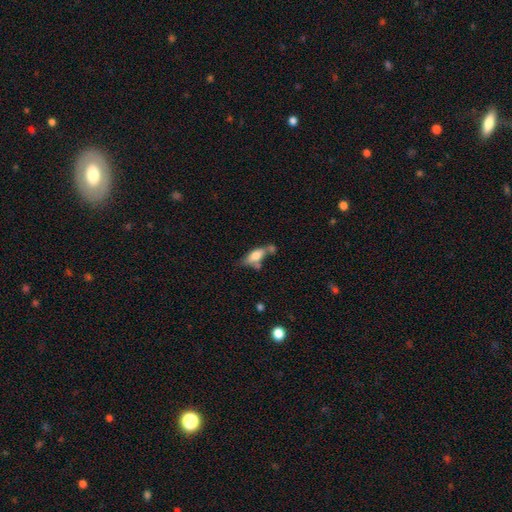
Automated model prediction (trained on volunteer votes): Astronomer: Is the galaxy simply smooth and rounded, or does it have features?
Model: smooth — 58% (runner-up: featured or disk, 34%).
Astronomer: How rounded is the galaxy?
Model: in between — 63%.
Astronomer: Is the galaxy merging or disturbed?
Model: none — 44% (runner-up: merger, 26%).